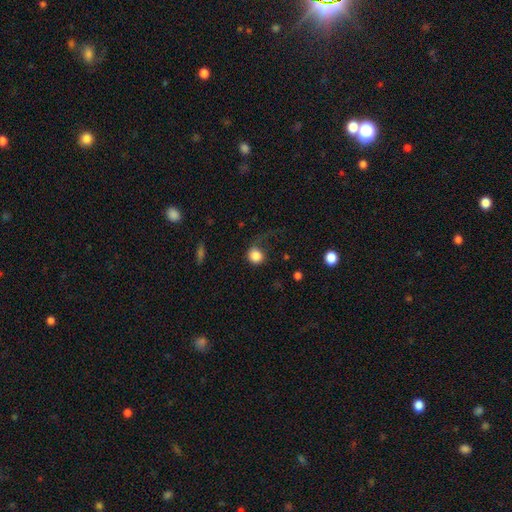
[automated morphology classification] Overall: smooth (82%). How rounded: round (84%). Merging: none (40%; major disturbance 36%).